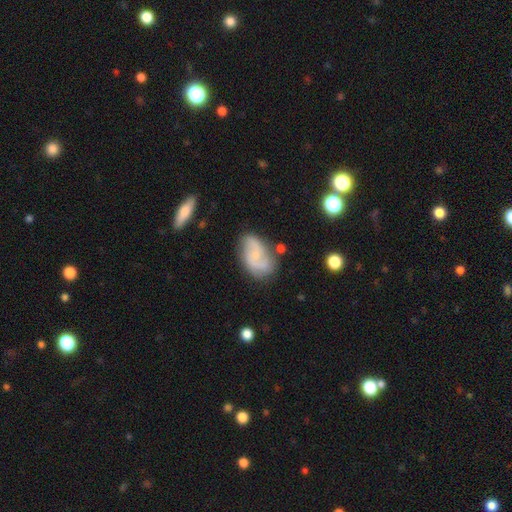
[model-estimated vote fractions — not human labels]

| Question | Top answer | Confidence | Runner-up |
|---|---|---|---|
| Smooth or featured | featured or disk | 68% | smooth (25%) |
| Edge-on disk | no | 97% | yes (3%) |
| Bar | no | 62% | weak (33%) |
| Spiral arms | yes | 90% | no (10%) |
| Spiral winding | medium | 44% | loose (36%) |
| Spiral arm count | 2 | 79% | can't tell (11%) |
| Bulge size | small | 68% | moderate (17%) |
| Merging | none | 65% | minor disturbance (21%) |